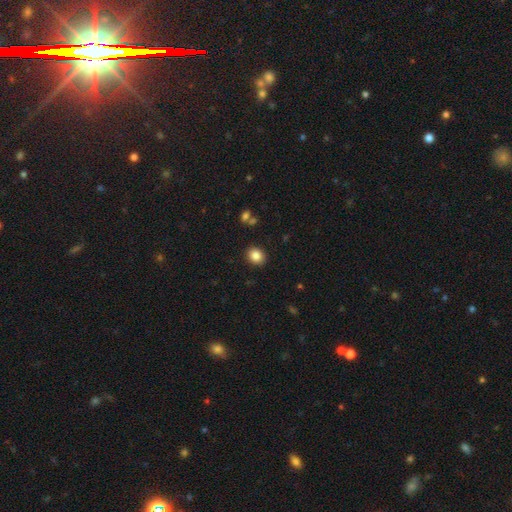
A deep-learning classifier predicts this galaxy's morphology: Smooth or featured? Predicted: smooth (p=0.85). How rounded? Predicted: round (p=0.60). Merging? Predicted: none (p=0.90).